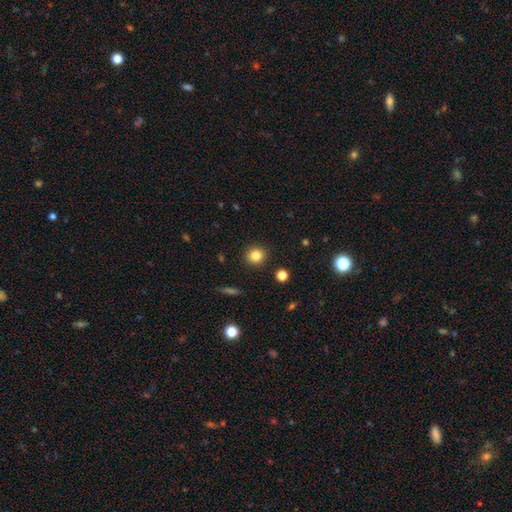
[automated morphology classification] smooth 83%, star or artifact 11%, featured or disk 6%. Down the decision tree: how rounded — round (86%); merging — none (90%).